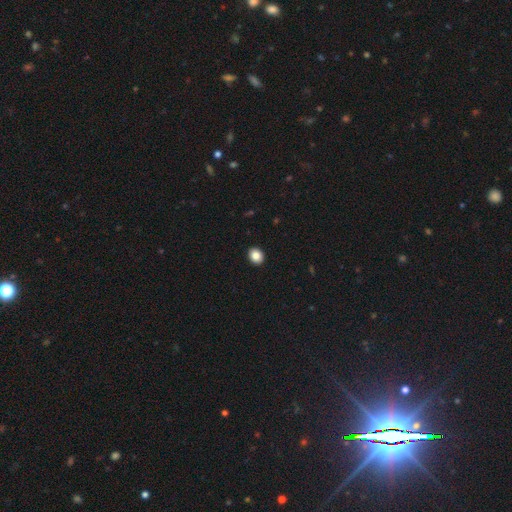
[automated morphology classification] The model was most divided on "how rounded": round: 55%, in between: 44%, cigar-shaped: 1%. More confident: merging — none (93%); smooth or featured — smooth (86%).